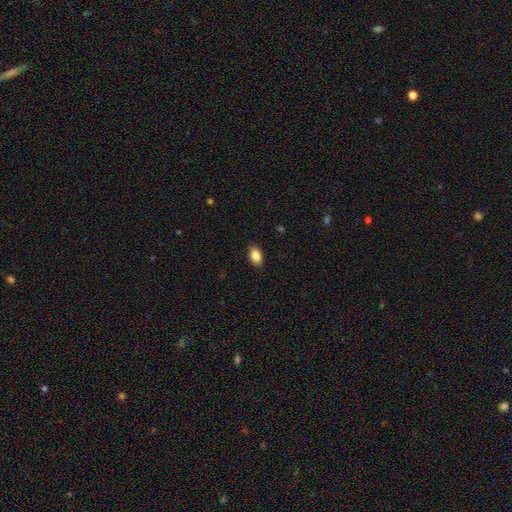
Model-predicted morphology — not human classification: The model was most divided on "merging": none: 87%, minor disturbance: 10%, major disturbance: 2%, merger: 1%. More confident: how rounded — in between (90%); smooth or featured — smooth (88%).